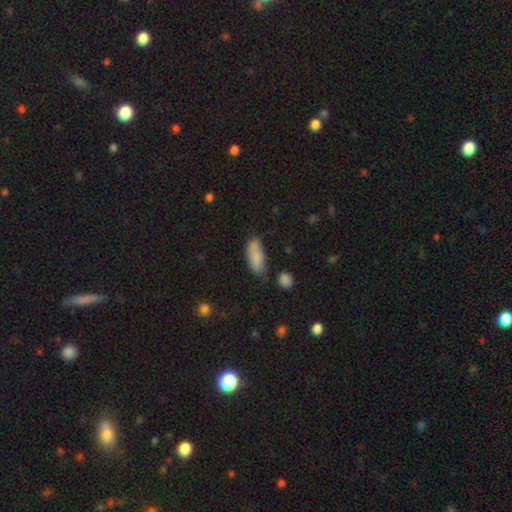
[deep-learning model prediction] Smooth or featured? smooth (85%)
How rounded? in between (78%)
Merging? none (64%)